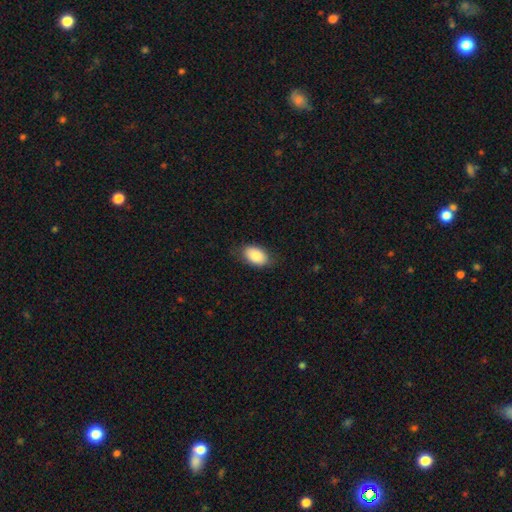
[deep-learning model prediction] Smooth or featured?
  - smooth: 85% *
  - featured or disk: 8%
  - star or artifact: 7%
How rounded?
  - in between: 92% *
  - round: 7%
  - cigar-shaped: 2%
Merging?
  - none: 78% *
  - minor disturbance: 17%
  - major disturbance: 4%
  - merger: 1%